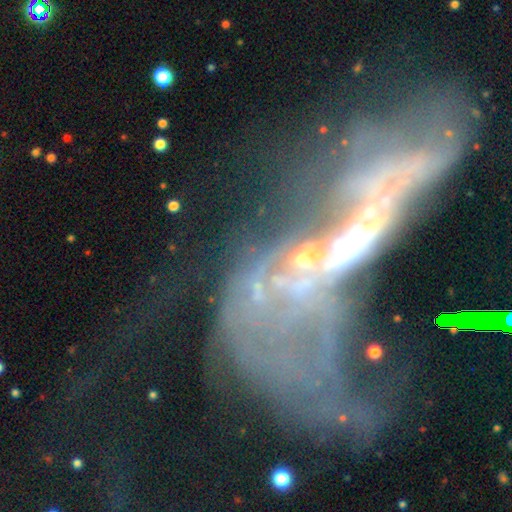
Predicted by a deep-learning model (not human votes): Morphology: type=featured or disk (62%); edge-on=no (85%); bar=no (75%); spiral arms=no (67%); bulge=none (43%); merging=merger (43%).